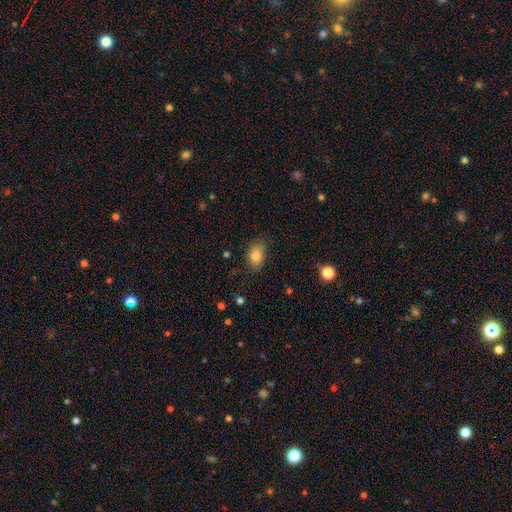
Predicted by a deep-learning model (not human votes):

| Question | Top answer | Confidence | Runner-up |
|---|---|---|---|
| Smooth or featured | smooth | 83% | star or artifact (9%) |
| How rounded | in between | 83% | round (15%) |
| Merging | none | 77% | minor disturbance (18%) |